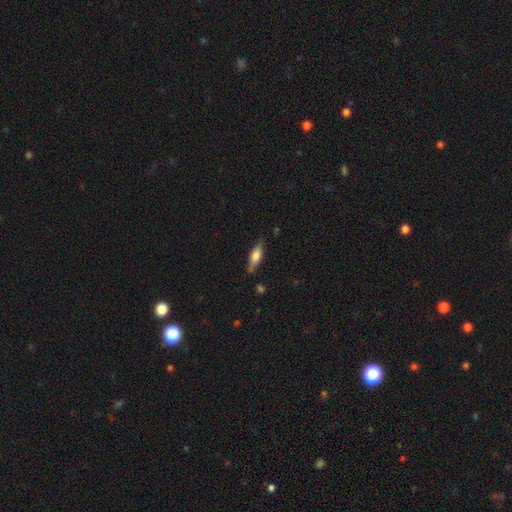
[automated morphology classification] Smooth or featured? smooth (62%)
How rounded? in between (54%)
Merging? none (74%)